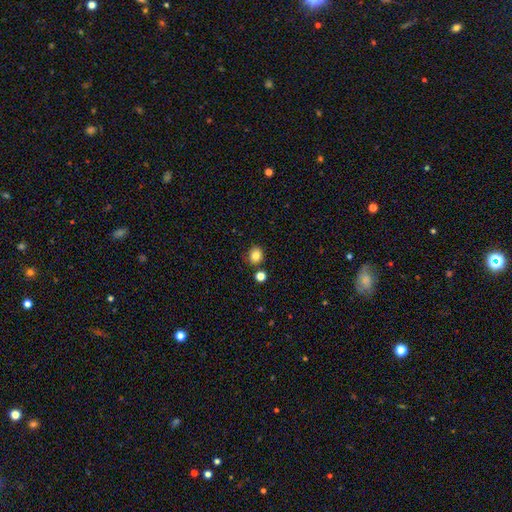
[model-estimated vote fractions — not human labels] Morphology: type=smooth (83%); roundness=round (72%); merging=none (80%).